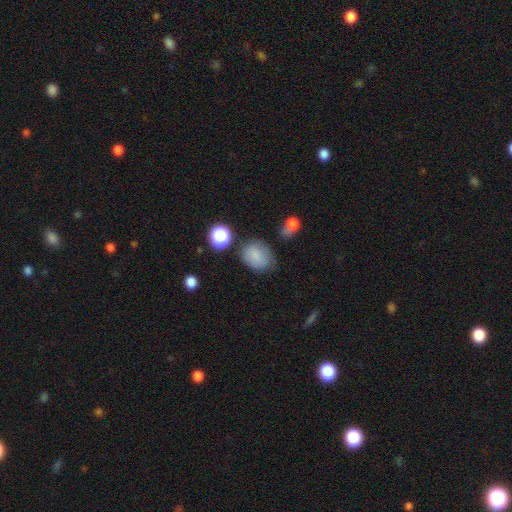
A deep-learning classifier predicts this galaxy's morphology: Smooth or featured: smooth — 80% (star or artifact — 12%)
How rounded: in between — 57% (round — 42%)
Merging: none — 68% (minor disturbance — 20%)